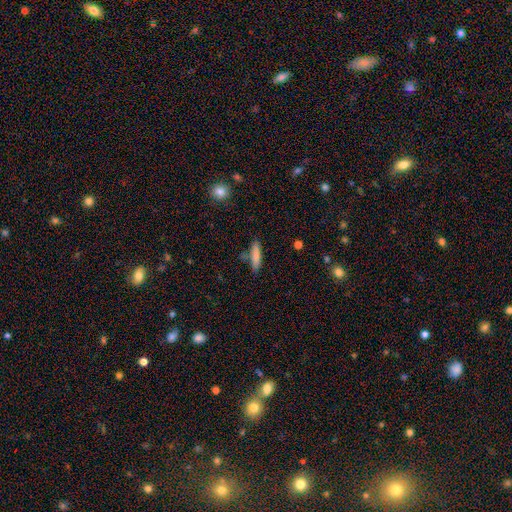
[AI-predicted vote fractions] smooth-or-featured: smooth: 79% | featured or disk: 14% | star or artifact: 7%
  how-rounded: cigar-shaped: 79% | in between: 19% | round: 2%
  merging: none: 79% | minor disturbance: 13% | merger: 5% | major disturbance: 3%